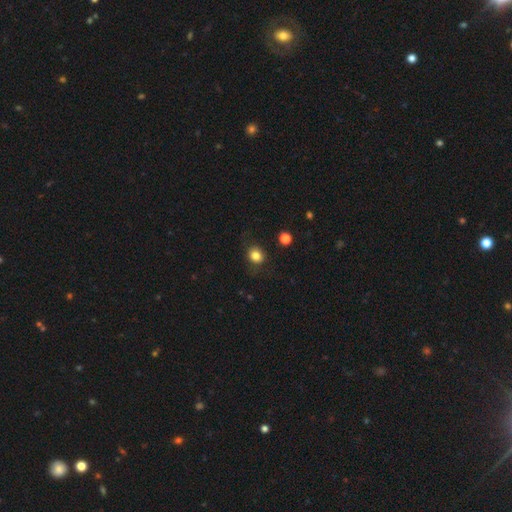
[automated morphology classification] smooth-or-featured: smooth: 83% | star or artifact: 11% | featured or disk: 6%
  how-rounded: round: 71% | in between: 29% | cigar-shaped: 1%
  merging: none: 82% | minor disturbance: 12% | major disturbance: 4% | merger: 2%